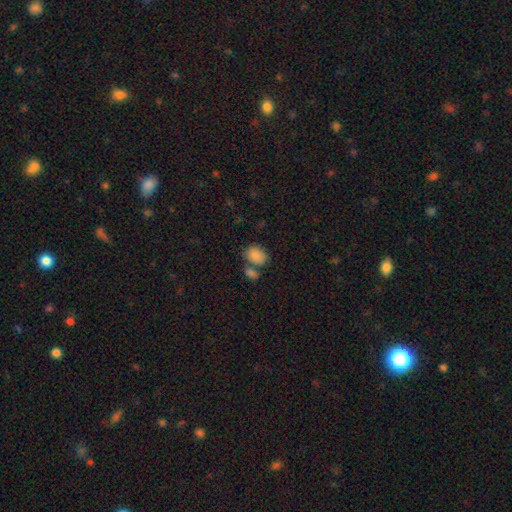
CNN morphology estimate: type=smooth (86%); roundness=in between (76%); merging=none (49%).